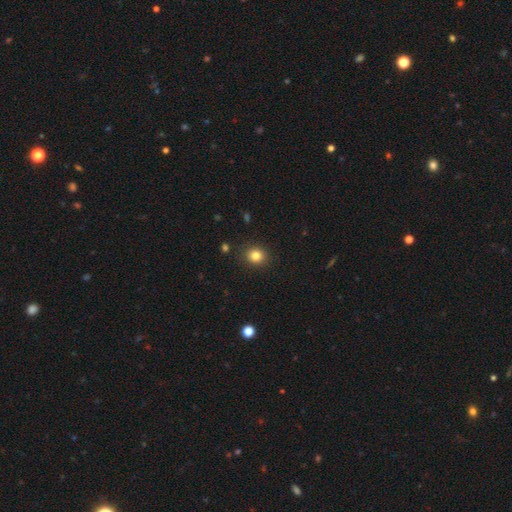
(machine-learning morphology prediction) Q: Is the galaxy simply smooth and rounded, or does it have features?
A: smooth — 82%.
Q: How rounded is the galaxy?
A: round — 83%.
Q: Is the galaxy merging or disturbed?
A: none — 90%.